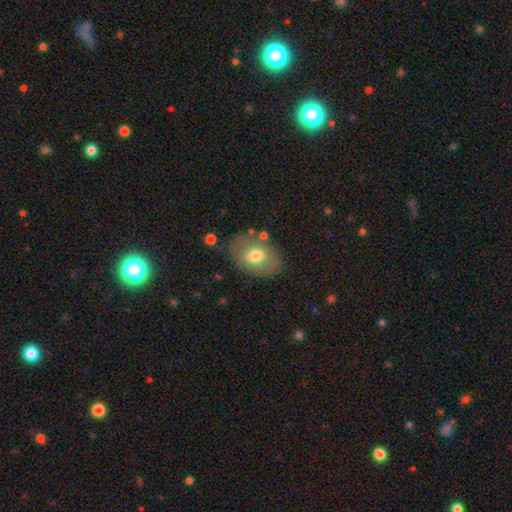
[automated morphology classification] smooth-or-featured: smooth: 65% | featured or disk: 28% | star or artifact: 7%
  how-rounded: in between: 78% | round: 21% | cigar-shaped: 1%
  merging: none: 76% | minor disturbance: 15% | major disturbance: 5% | merger: 4%